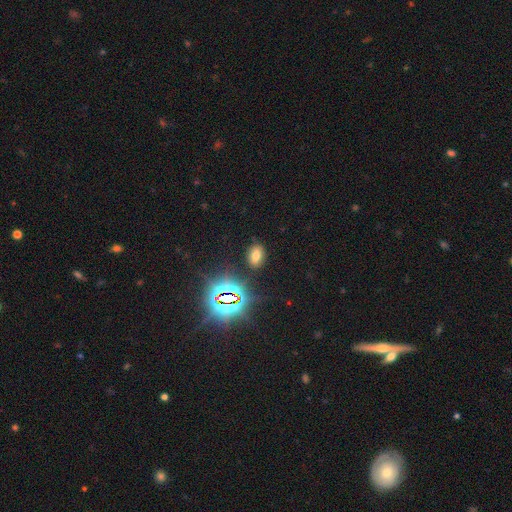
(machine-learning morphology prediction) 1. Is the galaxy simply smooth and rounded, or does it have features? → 60% smooth, 31% star or artifact, 9% featured or disk.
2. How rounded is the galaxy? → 84% in between, 14% round, 2% cigar-shaped.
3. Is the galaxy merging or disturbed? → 86% none, 9% minor disturbance, 3% major disturbance, 2% merger.